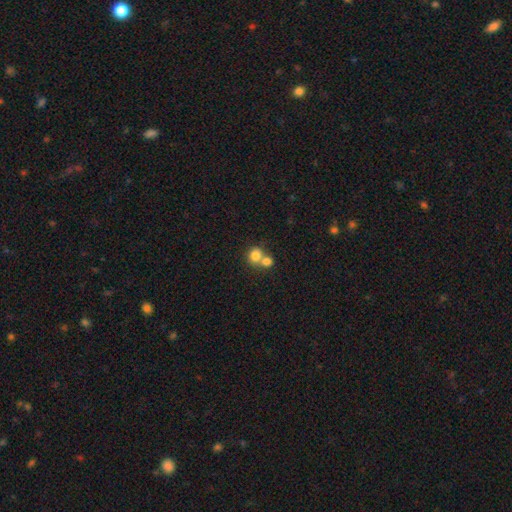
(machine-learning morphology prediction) A smooth galaxy with no disk features (79%) that is round (76%). Merging: merger (58%).